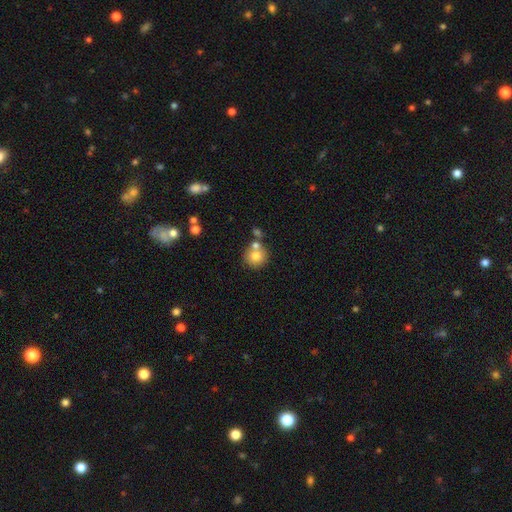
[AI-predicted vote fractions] Q: Smooth or featured?
A: smooth (77%); runner-up: featured or disk (13%)
Q: How rounded?
A: round (90%); runner-up: in between (9%)
Q: Merging?
A: none (60%); runner-up: merger (27%)